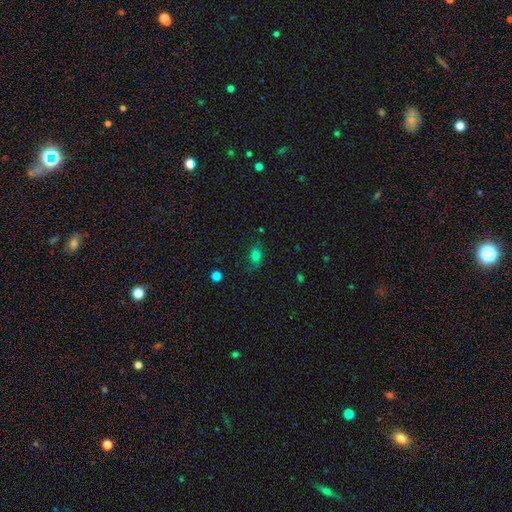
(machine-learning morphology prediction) Q: Smooth or featured?
A: smooth (75%); runner-up: star or artifact (14%)
Q: How rounded?
A: in between (73%); runner-up: round (24%)
Q: Merging?
A: none (70%); runner-up: minor disturbance (22%)